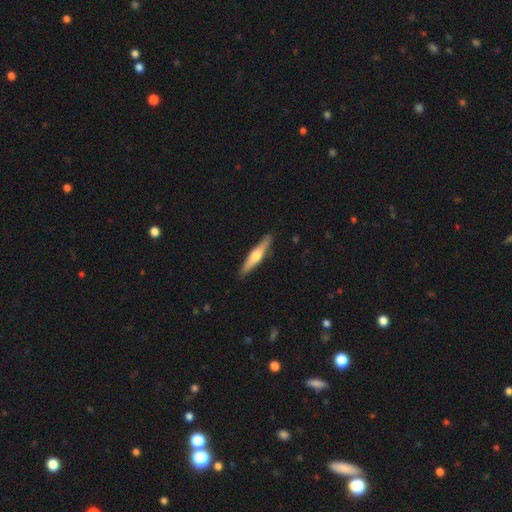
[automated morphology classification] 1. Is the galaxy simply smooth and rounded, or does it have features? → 54% featured or disk, 40% smooth, 5% star or artifact.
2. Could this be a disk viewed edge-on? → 95% yes, 5% no.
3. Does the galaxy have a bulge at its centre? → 91% rounded, 5% none, 4% boxy.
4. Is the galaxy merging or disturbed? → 90% none, 8% minor disturbance, 2% major disturbance, 1% merger.